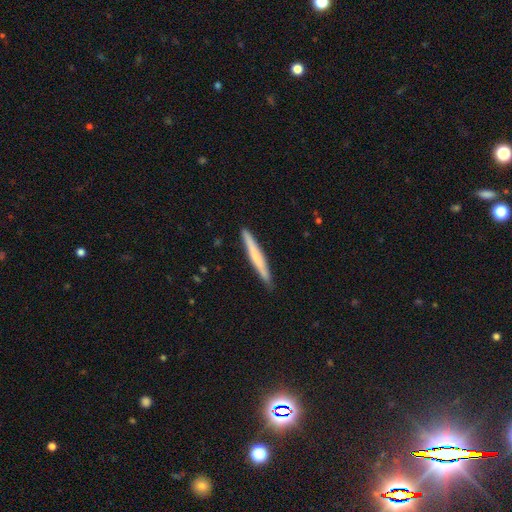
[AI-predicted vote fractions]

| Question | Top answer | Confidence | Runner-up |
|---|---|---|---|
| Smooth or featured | smooth | 59% | featured or disk (36%) |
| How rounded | cigar-shaped | 97% | in between (2%) |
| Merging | none | 90% | minor disturbance (8%) |